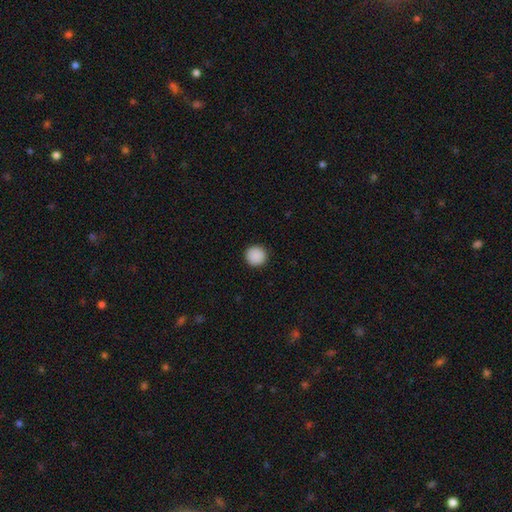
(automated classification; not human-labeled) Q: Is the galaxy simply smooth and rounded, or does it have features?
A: smooth — 90%.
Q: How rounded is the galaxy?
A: round — 95%.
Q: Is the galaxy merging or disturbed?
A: none — 93%.